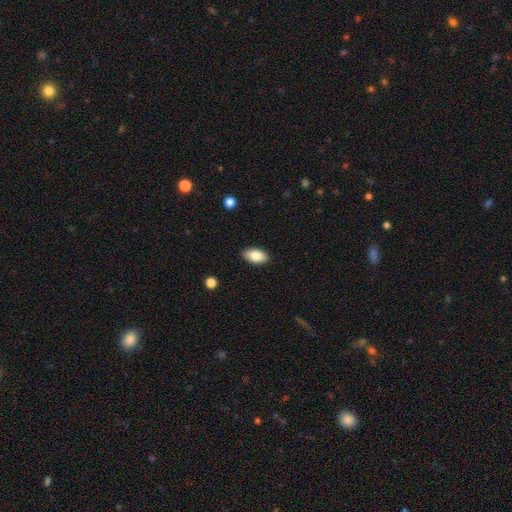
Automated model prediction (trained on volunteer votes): Smooth or featured? smooth (84%)
How rounded? in between (94%)
Merging? none (88%)